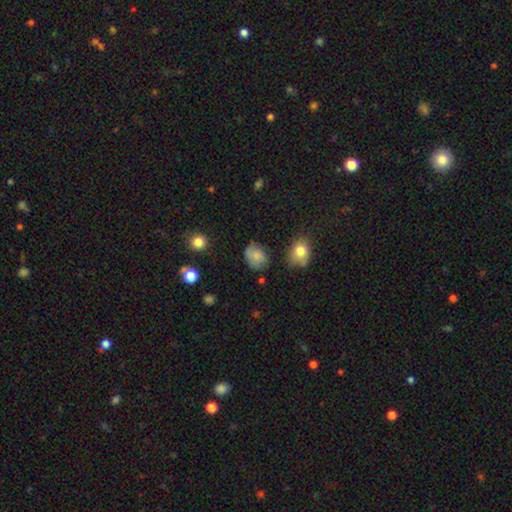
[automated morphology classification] This is likely a smooth galaxy (76%). How rounded: possibly in between (57%). Merging: likely none (64%).